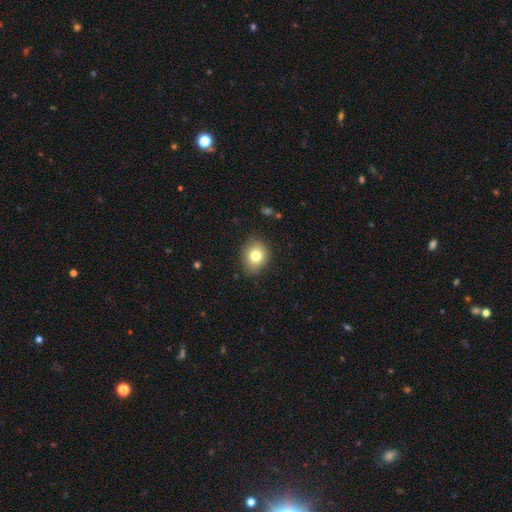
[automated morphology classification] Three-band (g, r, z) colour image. It shows a smooth galaxy with no disk features (79%) that is round (62%). Merging: none (85%).